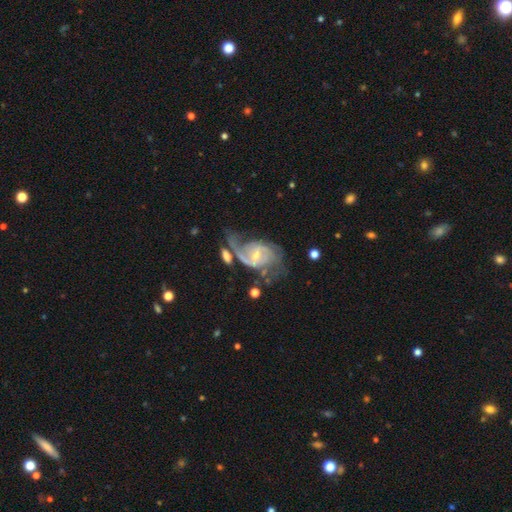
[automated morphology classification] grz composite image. It shows a featured or disk galaxy (86%) with a weak bar (49%), 2 (67%) medium (47%) spiral arms (94%) and a small central bulge (67%). Merging: none (36%).